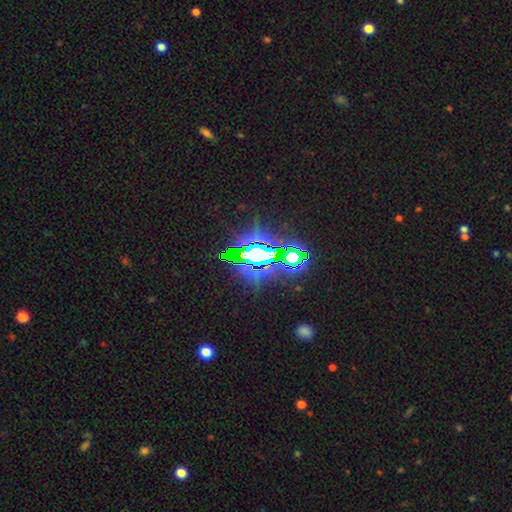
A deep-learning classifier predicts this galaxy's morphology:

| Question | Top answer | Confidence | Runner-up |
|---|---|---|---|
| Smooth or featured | star or artifact | 77% | featured or disk (12%) |